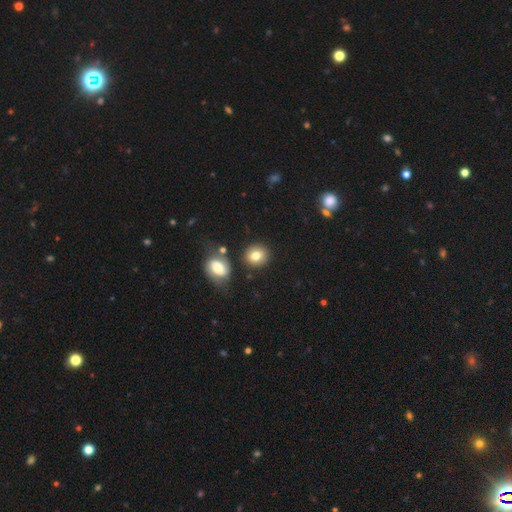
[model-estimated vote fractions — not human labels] The model was most divided on "smooth or featured": smooth: 79%, featured or disk: 12%, star or artifact: 9%. More confident: how rounded — round (84%); merging — none (81%).